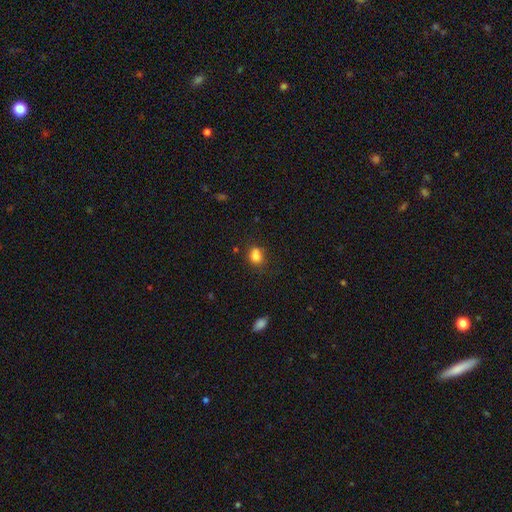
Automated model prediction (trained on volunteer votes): This is clearly a smooth galaxy (81%). How rounded: possibly round (50%). Merging: possibly none (59%).